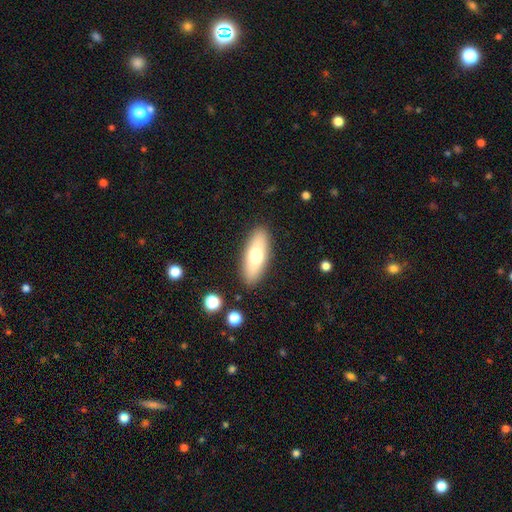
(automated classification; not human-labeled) Morphology: type=smooth (66%); roundness=in between (67%); merging=none (88%).